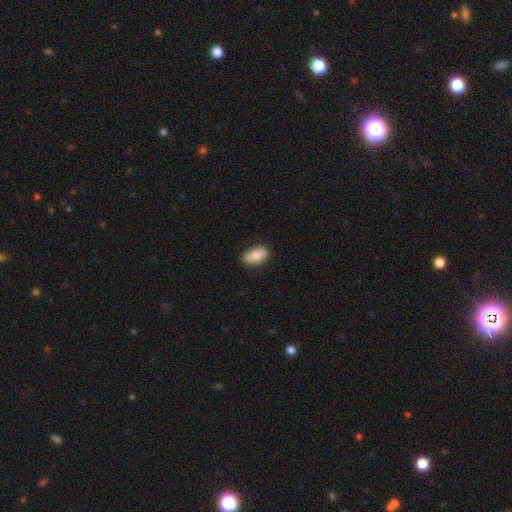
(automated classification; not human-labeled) Morphology: type=smooth (79%); roundness=in between (92%); merging=none (85%).